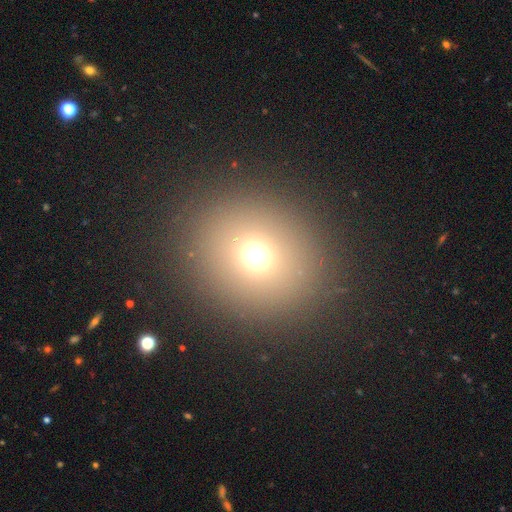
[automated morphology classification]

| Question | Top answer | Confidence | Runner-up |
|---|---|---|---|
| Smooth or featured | smooth | 70% | star or artifact (20%) |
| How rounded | round | 79% | in between (20%) |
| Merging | none | 89% | minor disturbance (6%) |